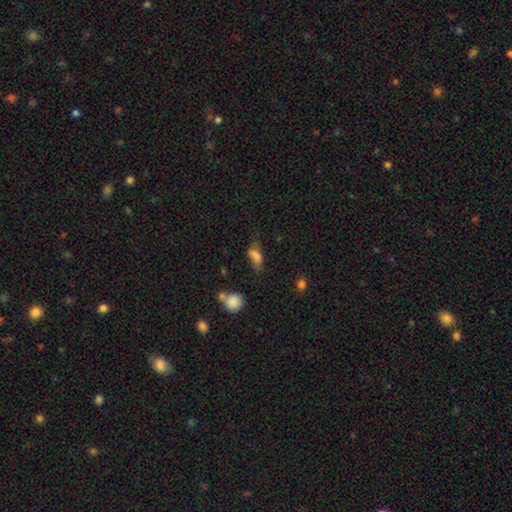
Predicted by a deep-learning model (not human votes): Smooth or featured?
  - smooth: 74% *
  - featured or disk: 15%
  - star or artifact: 11%
How rounded?
  - in between: 77% *
  - cigar-shaped: 16%
  - round: 6%
Merging?
  - none: 48% *
  - minor disturbance: 30%
  - major disturbance: 16%
  - merger: 6%